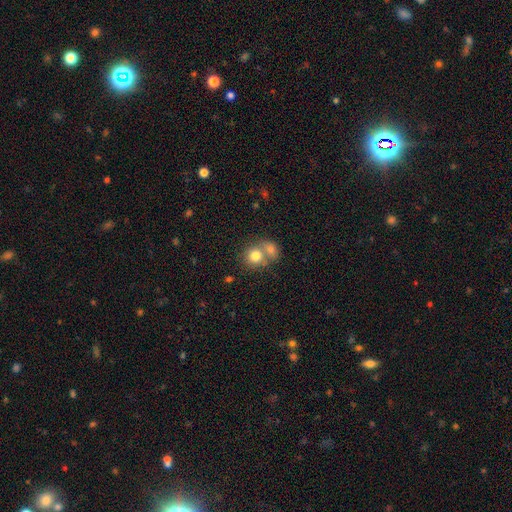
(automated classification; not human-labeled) smooth 78%, featured or disk 12%, star or artifact 10%. Down the decision tree: how rounded — round (78%); merging — merger (54%).